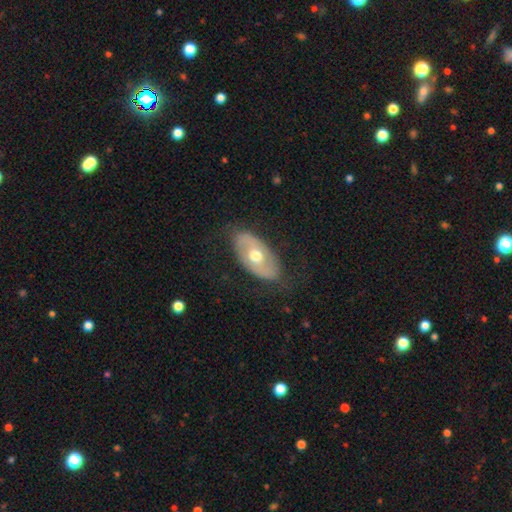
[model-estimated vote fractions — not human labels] A featured or disk galaxy (52%). Merging: none (75%).